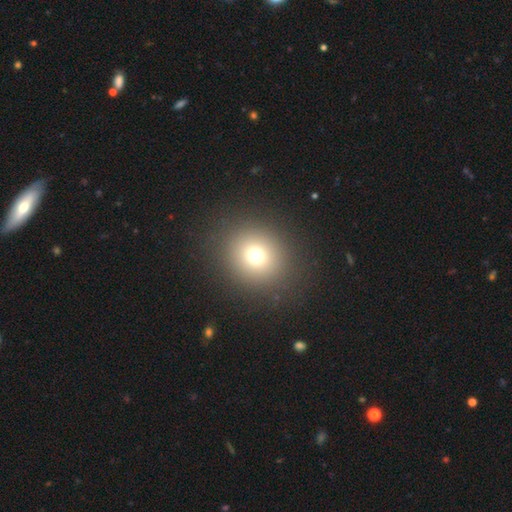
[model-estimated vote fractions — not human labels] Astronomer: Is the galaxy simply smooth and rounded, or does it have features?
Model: smooth — 71%.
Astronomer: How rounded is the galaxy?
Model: round — 86%.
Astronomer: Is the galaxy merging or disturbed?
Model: none — 88%.